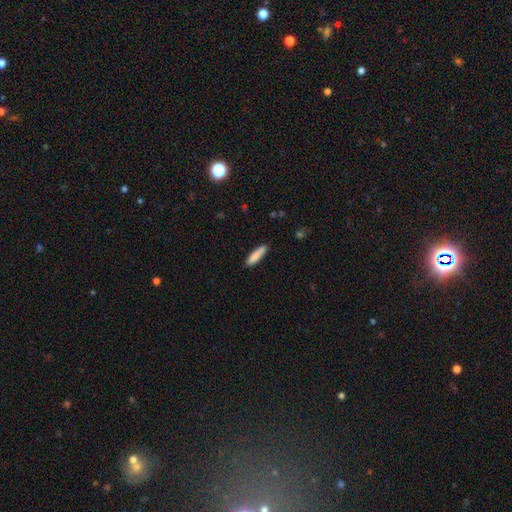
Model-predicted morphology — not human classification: smooth 85%, featured or disk 9%, star or artifact 6%. Down the decision tree: how rounded — cigar-shaped (78%); merging — none (85%).